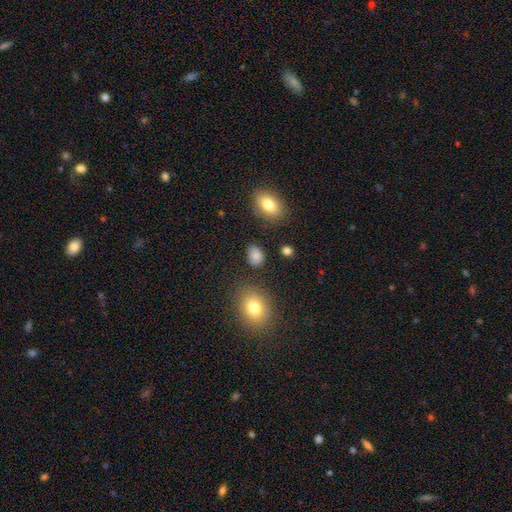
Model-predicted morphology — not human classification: Q: Smooth or featured?
A: smooth (84%); runner-up: star or artifact (10%)
Q: How rounded?
A: in between (75%); runner-up: round (24%)
Q: Merging?
A: none (80%); runner-up: minor disturbance (14%)